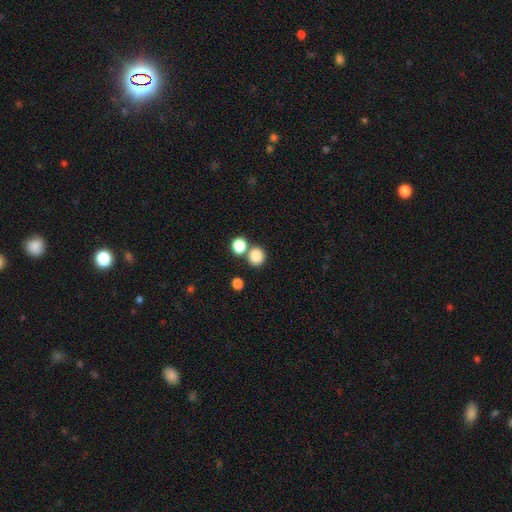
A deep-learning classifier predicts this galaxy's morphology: Q: Smooth or featured?
A: smooth (84%); runner-up: star or artifact (11%)
Q: How rounded?
A: round (86%); runner-up: in between (13%)
Q: Merging?
A: none (66%); runner-up: merger (24%)